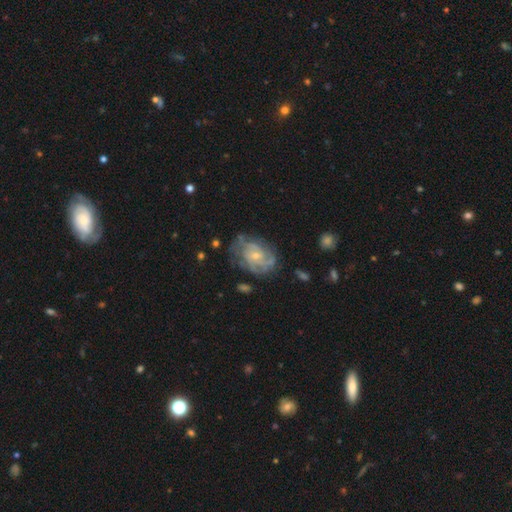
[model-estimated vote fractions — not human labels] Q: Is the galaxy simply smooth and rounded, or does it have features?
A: featured or disk — 81%.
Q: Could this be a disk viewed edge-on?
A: no — 97%.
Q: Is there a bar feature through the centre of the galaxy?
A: no — 65%.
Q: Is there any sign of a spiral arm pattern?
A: yes — 90%.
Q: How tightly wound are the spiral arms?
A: tight — 54%.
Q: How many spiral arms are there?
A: can't tell — 38%.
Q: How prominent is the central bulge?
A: small — 68%.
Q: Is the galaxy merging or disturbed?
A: none — 64%.